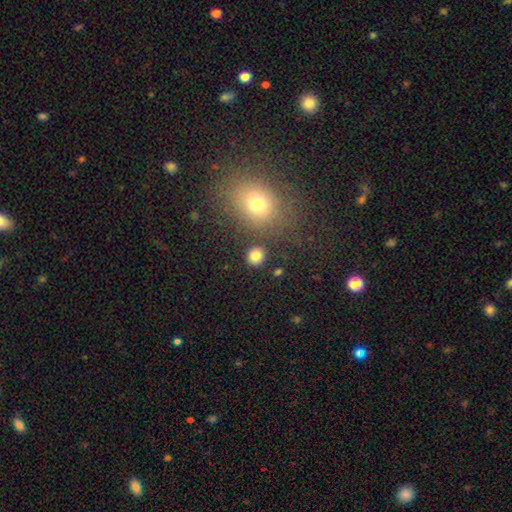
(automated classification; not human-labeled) The model was most divided on "how rounded": round: 81%, in between: 18%, cigar-shaped: 1%. More confident: merging — none (85%); smooth or featured — smooth (83%).